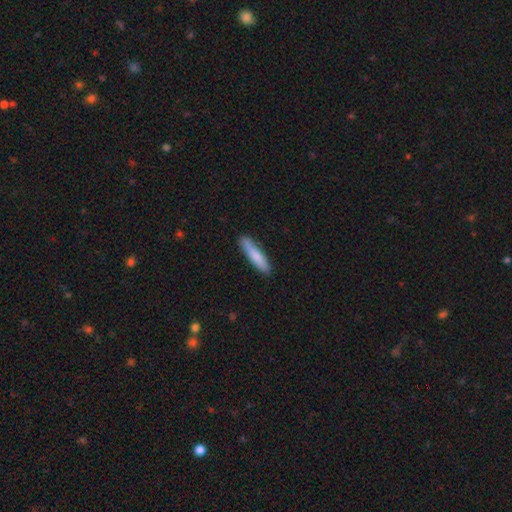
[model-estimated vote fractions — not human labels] Smooth or featured?
  - smooth: 78% *
  - featured or disk: 16%
  - star or artifact: 6%
How rounded?
  - cigar-shaped: 88% *
  - in between: 11%
  - round: 1%
Merging?
  - none: 85% *
  - minor disturbance: 12%
  - major disturbance: 2%
  - merger: 1%